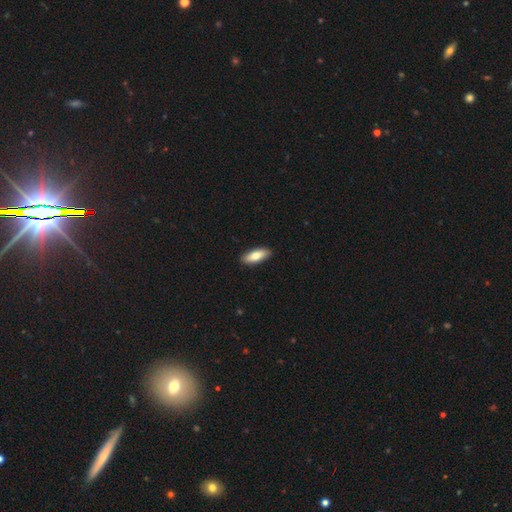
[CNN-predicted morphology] Smooth or featured?
  - smooth: 79% *
  - featured or disk: 16%
  - star or artifact: 6%
How rounded?
  - in between: 70% *
  - cigar-shaped: 28%
  - round: 2%
Merging?
  - none: 91% *
  - minor disturbance: 7%
  - major disturbance: 1%
  - merger: 1%